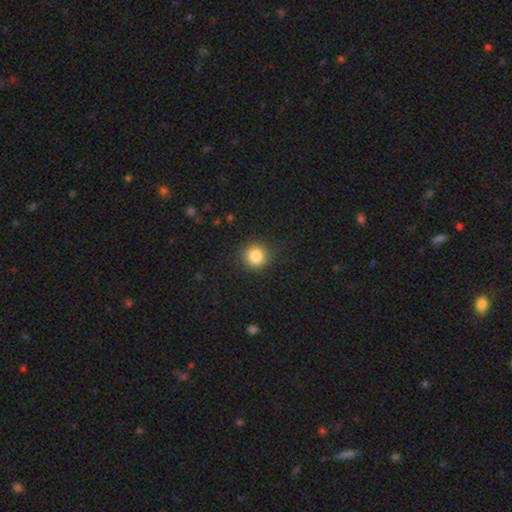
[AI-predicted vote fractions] Morphology: type=smooth (83%); roundness=round (89%); merging=none (87%).